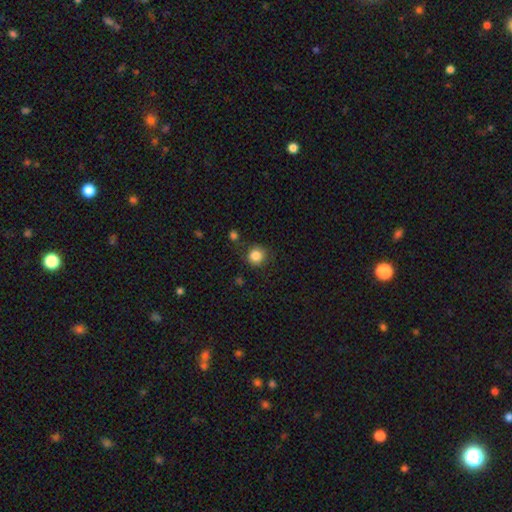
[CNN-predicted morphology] Q: Smooth or featured?
A: smooth (85%); runner-up: star or artifact (11%)
Q: How rounded?
A: round (92%); runner-up: in between (7%)
Q: Merging?
A: none (82%); runner-up: minor disturbance (11%)